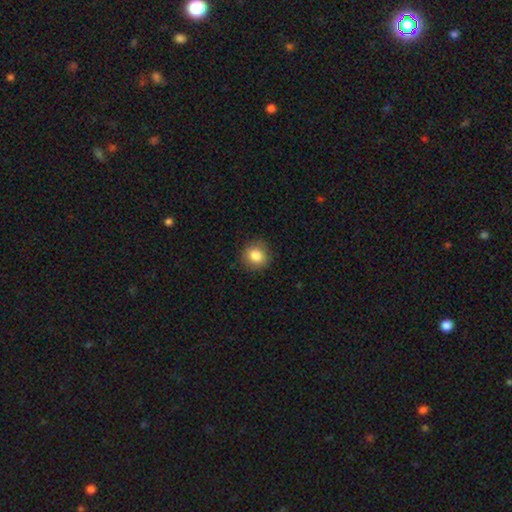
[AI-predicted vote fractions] This is clearly a smooth galaxy (84%). How rounded: clearly round (85%). Merging: clearly none (88%).